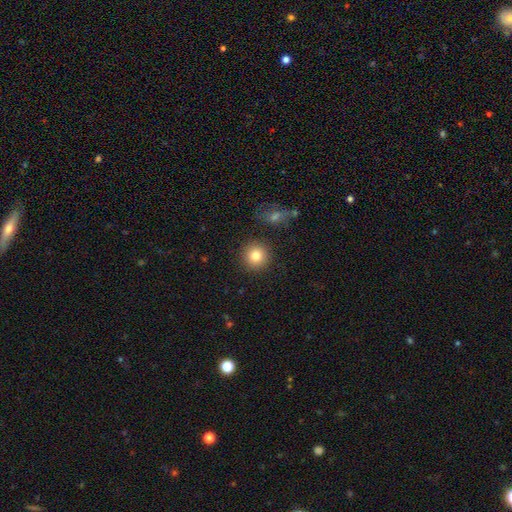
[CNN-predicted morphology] Smooth or featured? smooth (83%)
How rounded? round (94%)
Merging? none (88%)